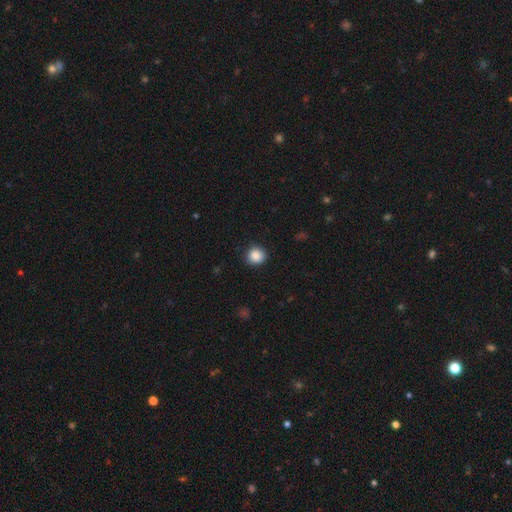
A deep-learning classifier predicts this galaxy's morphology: Q: Smooth or featured?
A: smooth (88%); runner-up: star or artifact (9%)
Q: How rounded?
A: round (88%); runner-up: in between (11%)
Q: Merging?
A: none (89%); runner-up: minor disturbance (8%)